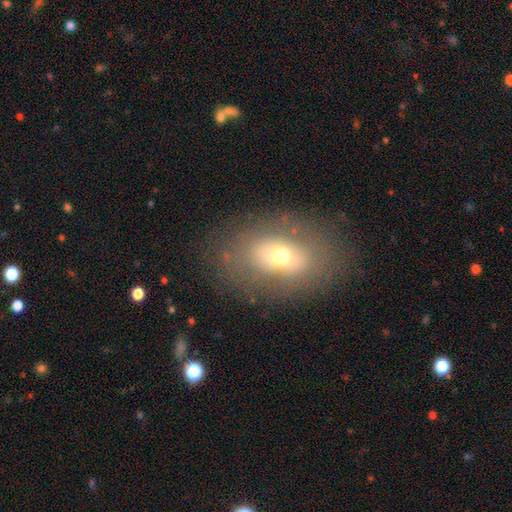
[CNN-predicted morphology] smooth-or-featured: featured or disk: 45% | smooth: 41% | star or artifact: 14%
  merging: none: 82% | minor disturbance: 11% | major disturbance: 5% | merger: 1%